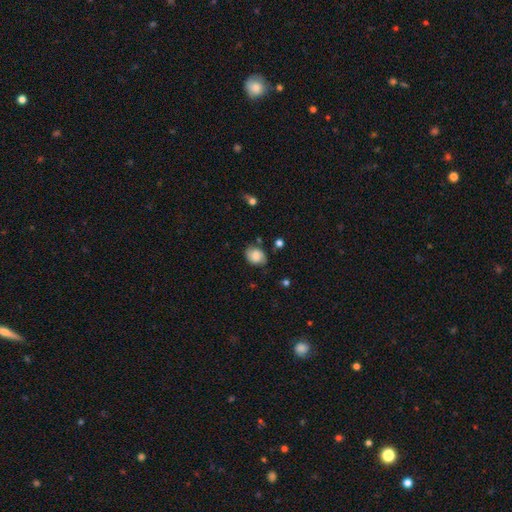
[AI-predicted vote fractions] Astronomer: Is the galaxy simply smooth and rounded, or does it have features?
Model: smooth — 51% (runner-up: featured or disk, 39%).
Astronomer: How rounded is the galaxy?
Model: in between — 61% (runner-up: round, 38%).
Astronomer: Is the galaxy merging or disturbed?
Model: none — 68%.